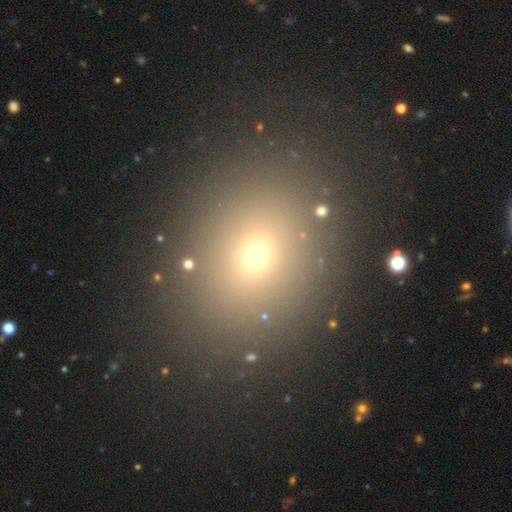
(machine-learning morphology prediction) Smooth or featured?
  - smooth: 65% *
  - star or artifact: 25%
  - featured or disk: 10%
How rounded?
  - round: 63% *
  - in between: 35%
  - cigar-shaped: 1%
Merging?
  - none: 86% *
  - minor disturbance: 8%
  - major disturbance: 4%
  - merger: 2%